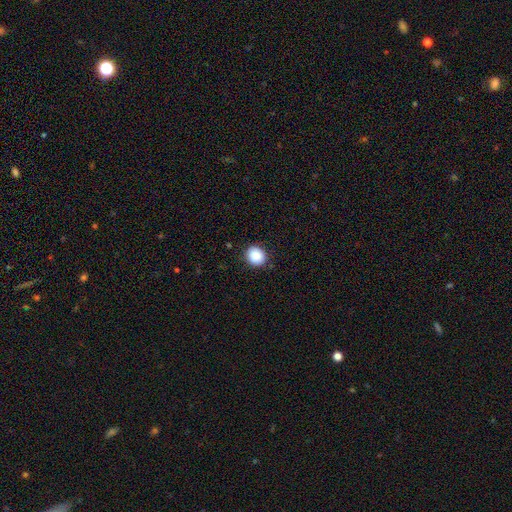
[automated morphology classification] Smooth or featured: smooth — 88% (star or artifact — 8%)
How rounded: round — 77% (in between — 22%)
Merging: none — 88% (minor disturbance — 8%)